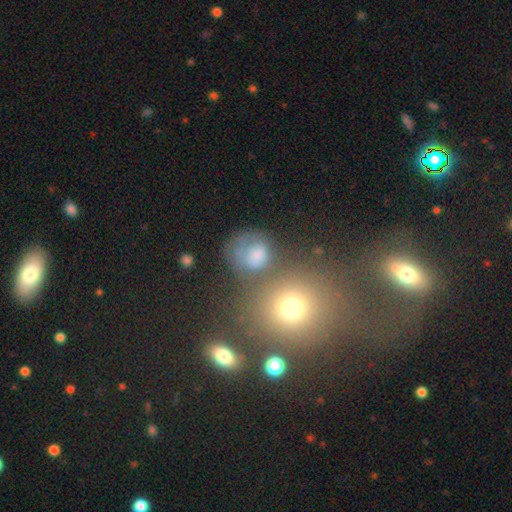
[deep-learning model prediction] This appears to be a smooth galaxy with no disk features (62%) that is round (70%). Merging: none (44%).